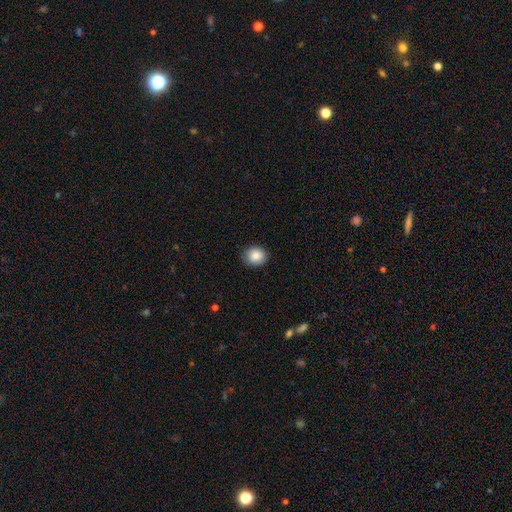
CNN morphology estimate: smooth_or_featured: smooth (p=0.87) [alt: star or artifact p=0.08]
how_rounded: round (p=0.70) [alt: in between p=0.29]
merging: none (p=0.87) [alt: minor disturbance p=0.10]